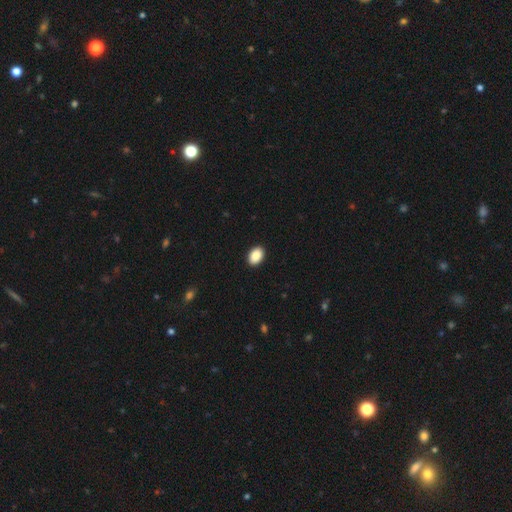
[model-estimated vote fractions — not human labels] smooth-or-featured: smooth: 90% | star or artifact: 7% | featured or disk: 3%
  how-rounded: in between: 83% | round: 16% | cigar-shaped: 1%
  merging: none: 92% | minor disturbance: 6% | major disturbance: 2% | merger: 1%